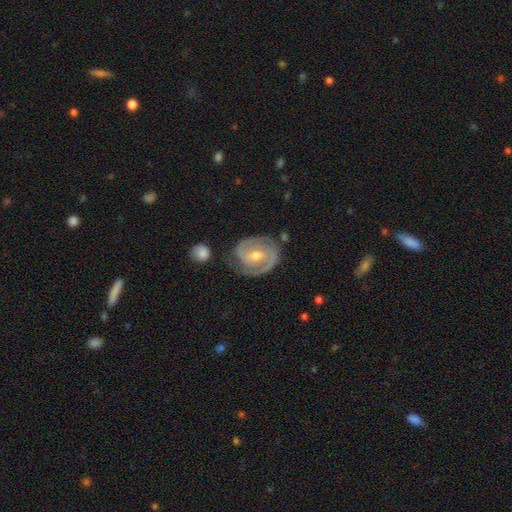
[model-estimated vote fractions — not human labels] Smooth or featured? featured or disk (87%)
Edge-on disk? no (97%)
Bar? weak (45%)
Spiral arms? yes (95%)
Spiral winding? tight (54%)
Spiral arm count? 2 (85%)
Bulge size? moderate (60%)
Merging? none (76%)